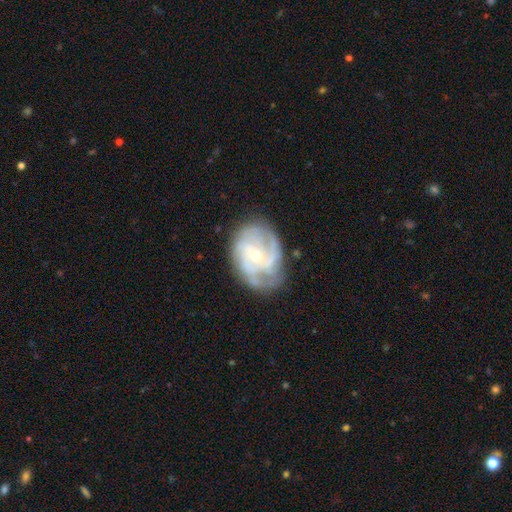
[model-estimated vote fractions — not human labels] Morphology: type=featured or disk (86%); edge-on=no (97%); bar=no (59%); spiral arms=yes (95%); winding=tight (52%); arm count=3 (34%); bulge=small (63%); merging=none (71%).